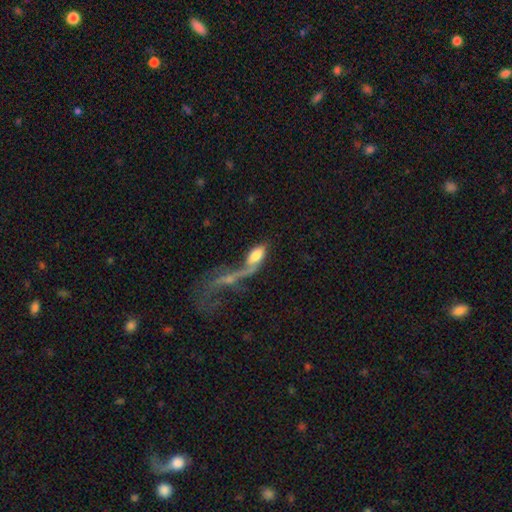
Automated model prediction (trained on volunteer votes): smooth 64%, featured or disk 27%, star or artifact 9%. Down the decision tree: how rounded — in between (82%); merging — merger (58%).